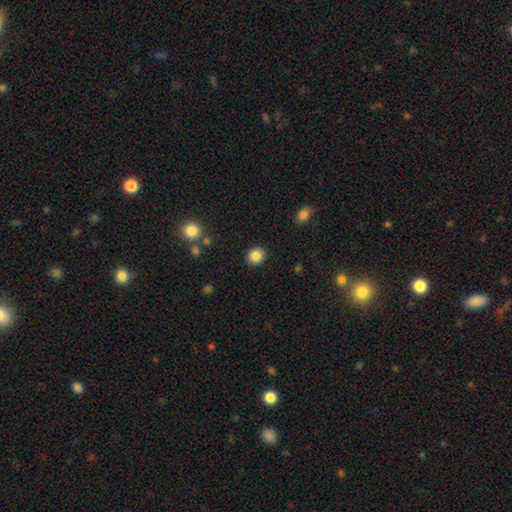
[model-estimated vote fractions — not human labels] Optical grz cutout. It shows a smooth galaxy with no disk features (86%) that is round (76%). Merging: none (89%).